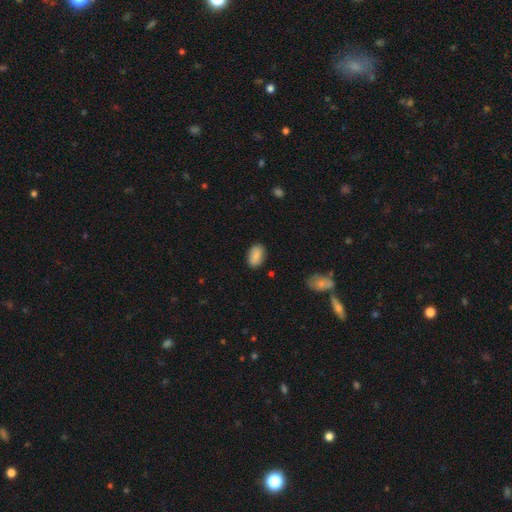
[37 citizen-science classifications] Smooth or featured? 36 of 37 (97%) said smooth. How rounded? 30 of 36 (83%) said in between. Merging? 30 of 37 (81%) said none.